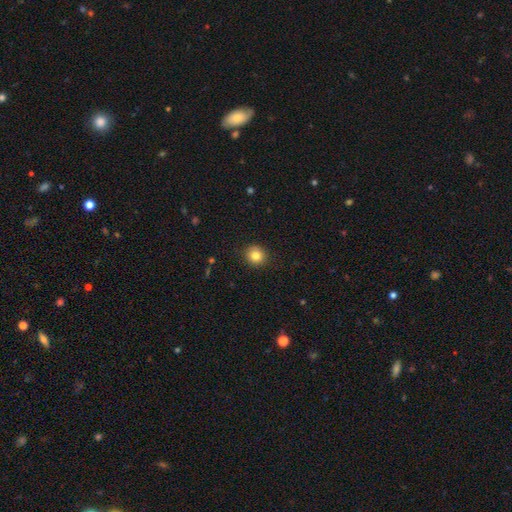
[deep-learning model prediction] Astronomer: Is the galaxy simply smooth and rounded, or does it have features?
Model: smooth — 83%.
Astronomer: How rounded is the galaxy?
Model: round — 86%.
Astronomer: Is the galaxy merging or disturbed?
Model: none — 89%.